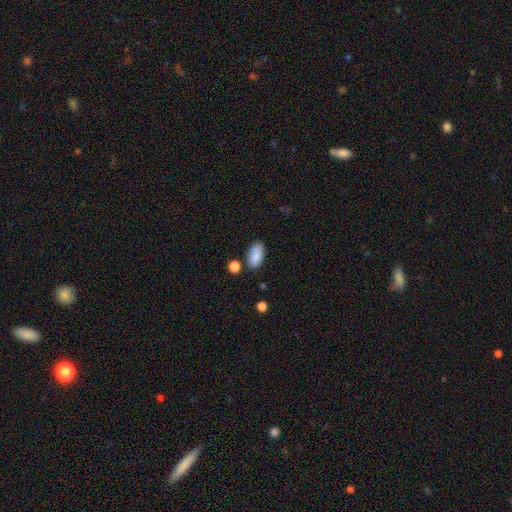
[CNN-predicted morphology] smooth-or-featured: smooth: 87% | star or artifact: 7% | featured or disk: 6%
  how-rounded: in between: 93% | cigar-shaped: 3% | round: 3%
  merging: none: 77% | minor disturbance: 14% | merger: 5% | major disturbance: 3%